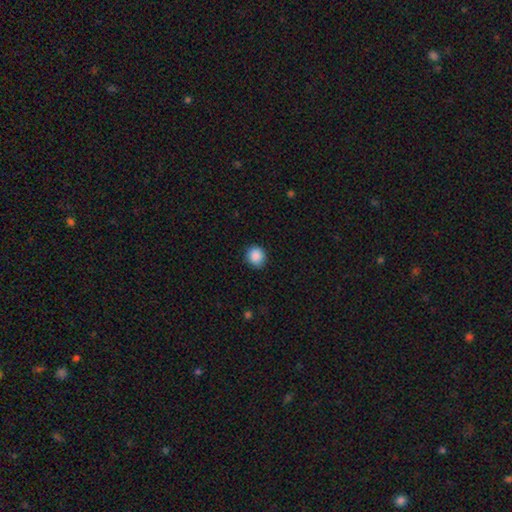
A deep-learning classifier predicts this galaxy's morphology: smooth 89%, star or artifact 9%, featured or disk 3%. Down the decision tree: how rounded — round (86%); merging — none (86%).